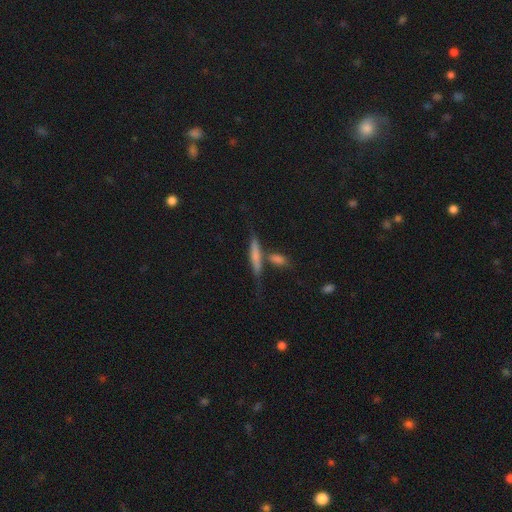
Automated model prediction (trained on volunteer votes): The model was most divided on "smooth or featured": smooth: 56%, featured or disk: 36%, star or artifact: 8%. More confident: how rounded — cigar-shaped (84%); merging — none (58%).